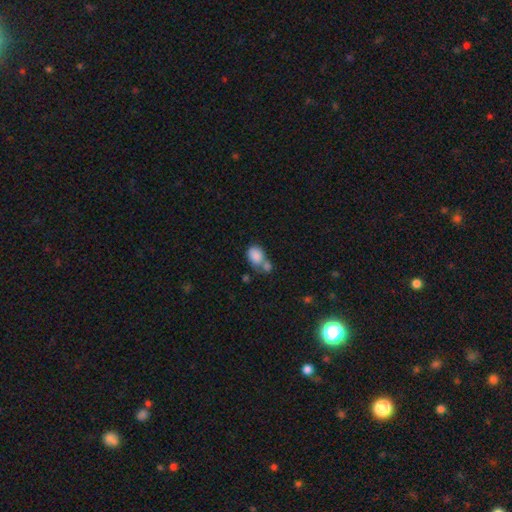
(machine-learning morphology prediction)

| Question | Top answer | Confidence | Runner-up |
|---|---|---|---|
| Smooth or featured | smooth | 84% | featured or disk (8%) |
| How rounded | in between | 71% | round (27%) |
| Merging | merger | 52% | none (29%) |